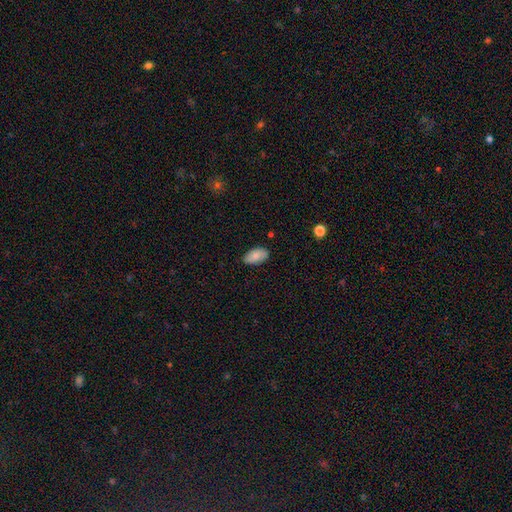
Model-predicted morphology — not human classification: The model was most divided on "merging": none: 82%, minor disturbance: 15%, major disturbance: 2%, merger: 1%. More confident: how rounded — in between (95%); smooth or featured — smooth (81%).